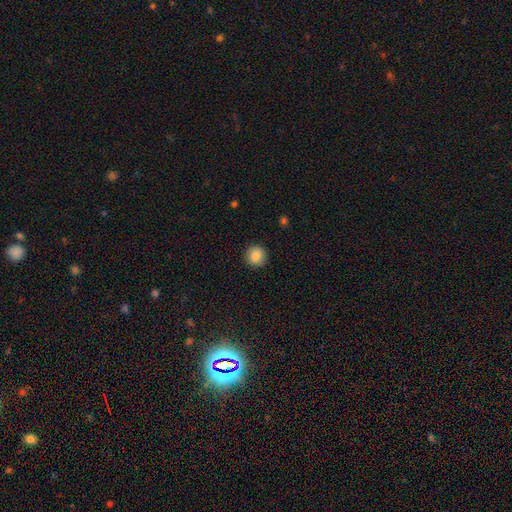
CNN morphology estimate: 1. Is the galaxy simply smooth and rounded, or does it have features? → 85% smooth, 9% star or artifact, 6% featured or disk.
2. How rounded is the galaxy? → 91% round, 8% in between, 1% cigar-shaped.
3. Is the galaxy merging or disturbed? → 91% none, 6% minor disturbance, 2% major disturbance, 1% merger.